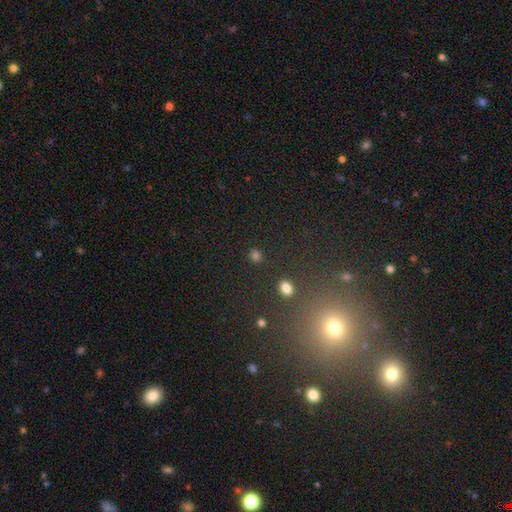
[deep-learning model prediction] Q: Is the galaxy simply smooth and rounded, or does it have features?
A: smooth — 66%.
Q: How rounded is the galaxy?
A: round — 76%.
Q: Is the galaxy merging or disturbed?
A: none — 84%.